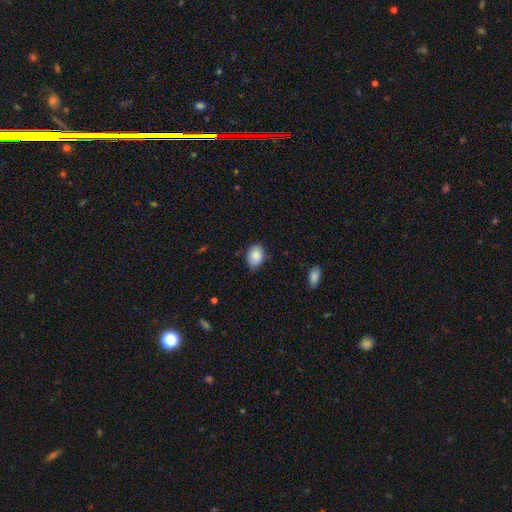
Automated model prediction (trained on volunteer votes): This is clearly a smooth galaxy (88%). How rounded: likely in between (78%). Merging: likely none (77%).